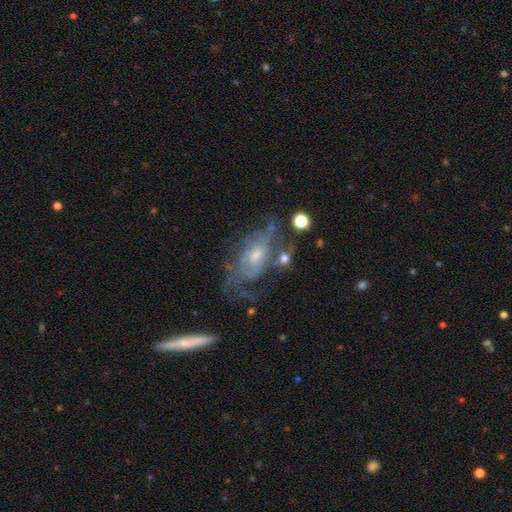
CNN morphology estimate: smooth-or-featured: featured or disk: 75% | smooth: 16% | star or artifact: 9%
  disk-edge-on: no: 93% | yes: 7%
    bar: no: 69% | weak: 26% | strong: 5%
    has-spiral-arms: yes: 75% | no: 25%
      spiral-winding: tight: 39% | medium: 38% | loose: 23%
      spiral-arm-count: can't tell: 53% | 2: 20% | 3: 11% | 4: 7% | 1: 6% | more than 4: 4%
    bulge-size: small: 52% | moderate: 38% | none: 4% | large: 3% | dominant: 1%
  merging: none: 44% | major disturbance: 27% | minor disturbance: 22% | merger: 6%